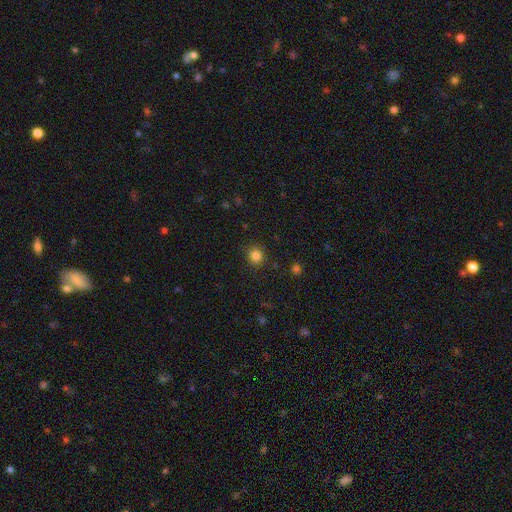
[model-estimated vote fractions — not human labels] Smooth or featured? Predicted: smooth (p=0.83). How rounded? Predicted: round (p=0.88). Merging? Predicted: none (p=0.88).